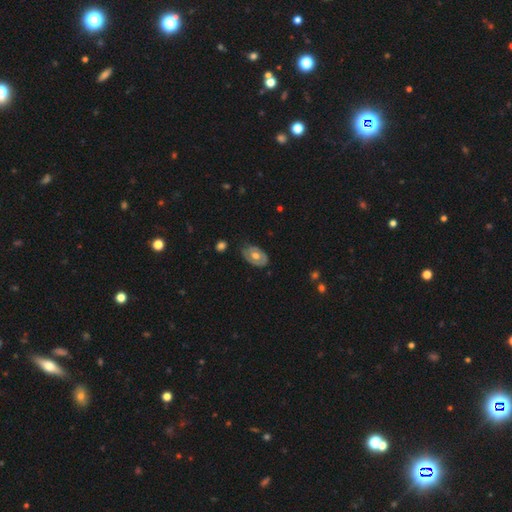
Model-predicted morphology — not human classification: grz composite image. It shows a featured or disk galaxy (50%). Merging: none (72%).